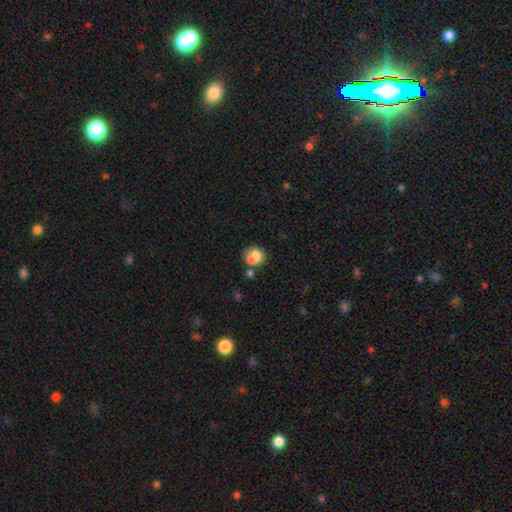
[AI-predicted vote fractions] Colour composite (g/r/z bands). It shows a smooth galaxy with no disk features (71%) that is round (70%). Merging: merger (43%).